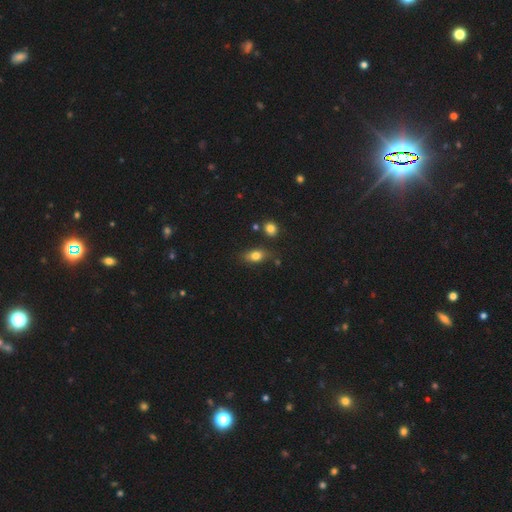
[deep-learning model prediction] A smooth galaxy with no disk features (77%) that is in between round and cigar-shaped (80%).

Vote fractions:
- Smooth or featured? smooth: 77% / featured or disk: 13% / star or artifact: 9%
- How rounded? in between: 80% / round: 12% / cigar-shaped: 7%
- Merging? none: 76% / minor disturbance: 15% / merger: 5% / major disturbance: 4%